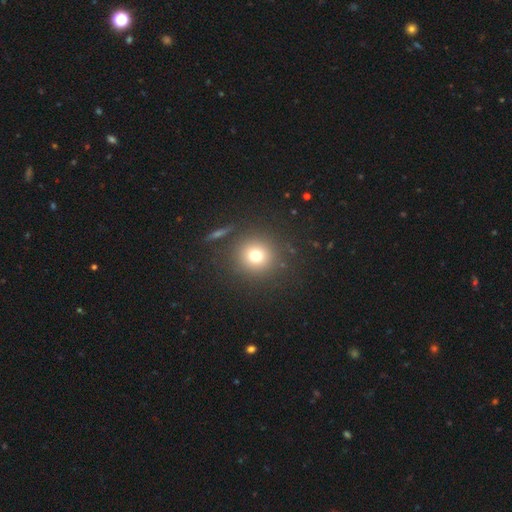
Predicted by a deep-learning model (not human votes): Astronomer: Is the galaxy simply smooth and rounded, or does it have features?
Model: smooth — 74%.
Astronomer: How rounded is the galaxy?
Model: round — 93%.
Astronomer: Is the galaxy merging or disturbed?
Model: none — 87%.